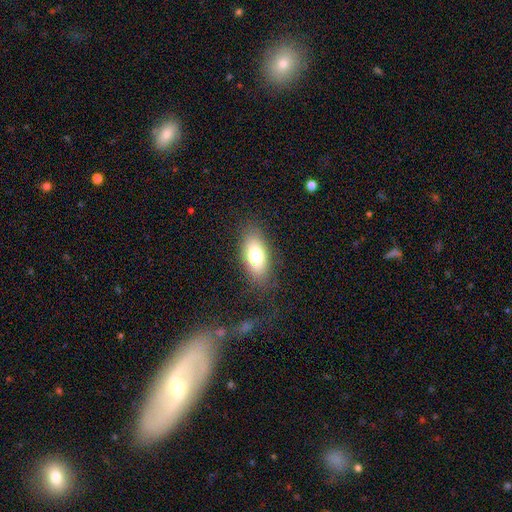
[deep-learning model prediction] Smooth or featured? Predicted: smooth (p=0.72). How rounded? Predicted: in between (p=0.87). Merging? Predicted: none (p=0.80).